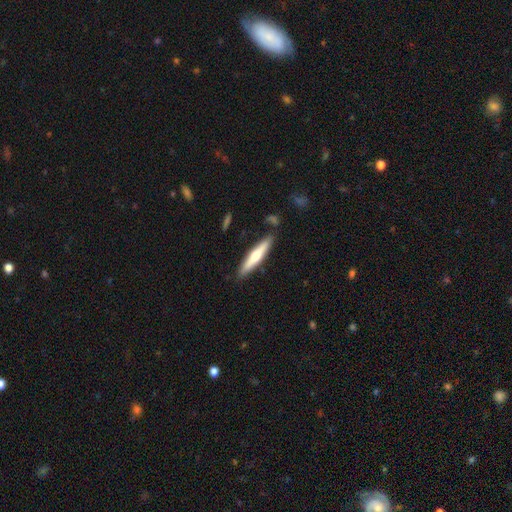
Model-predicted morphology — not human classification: smooth_or_featured: smooth (p=0.51) [alt: featured or disk p=0.44]
how_rounded: cigar-shaped (p=0.88) [alt: in between p=0.11]
merging: none (p=0.86) [alt: minor disturbance p=0.10]